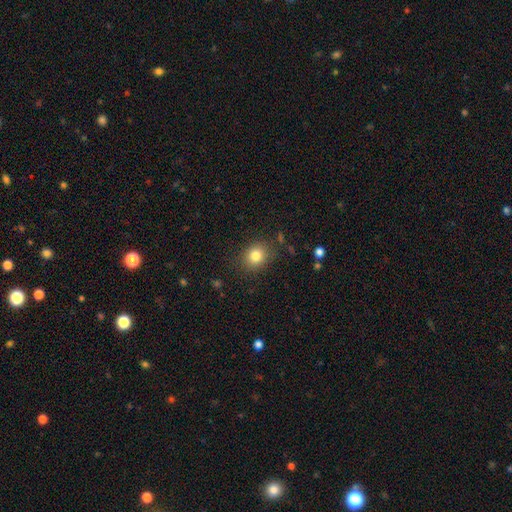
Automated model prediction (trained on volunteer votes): Smooth or featured?
  - smooth: 82% *
  - star or artifact: 11%
  - featured or disk: 7%
How rounded?
  - round: 67% *
  - in between: 32%
  - cigar-shaped: 1%
Merging?
  - none: 85% *
  - minor disturbance: 10%
  - major disturbance: 3%
  - merger: 1%